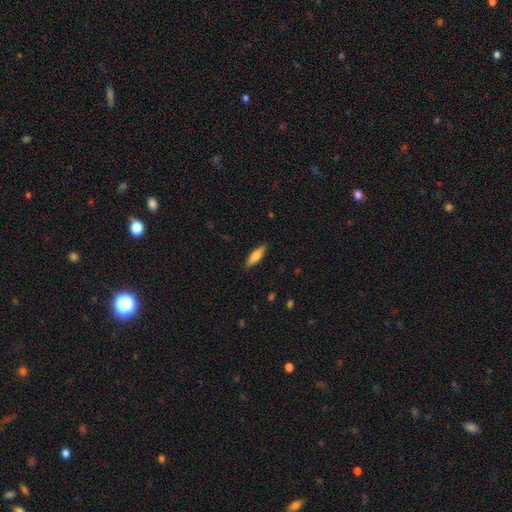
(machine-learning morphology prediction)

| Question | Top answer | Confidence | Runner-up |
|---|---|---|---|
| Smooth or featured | smooth | 68% | featured or disk (26%) |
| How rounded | cigar-shaped | 65% | in between (33%) |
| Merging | none | 89% | minor disturbance (8%) |